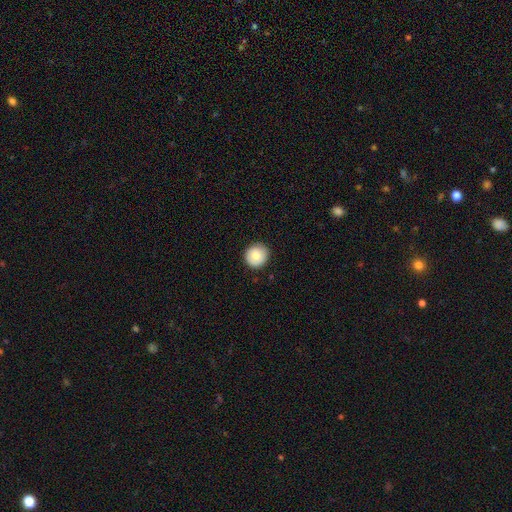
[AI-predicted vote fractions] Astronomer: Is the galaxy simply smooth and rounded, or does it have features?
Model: smooth — 75%.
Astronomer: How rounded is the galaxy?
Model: round — 93%.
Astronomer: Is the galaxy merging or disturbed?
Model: none — 88%.